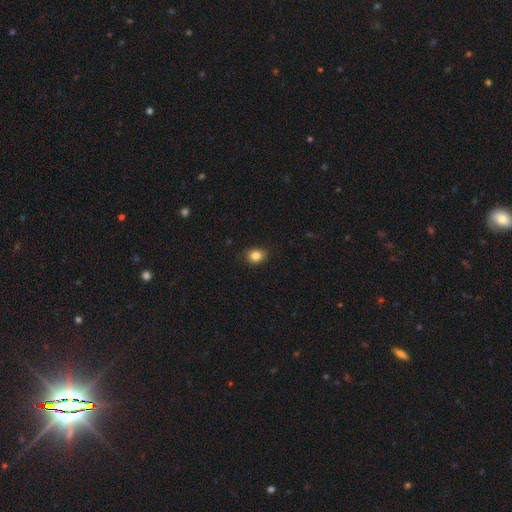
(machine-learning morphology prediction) This appears to be a smooth galaxy with no disk features (85%) that is round (61%). Merging: none (87%).